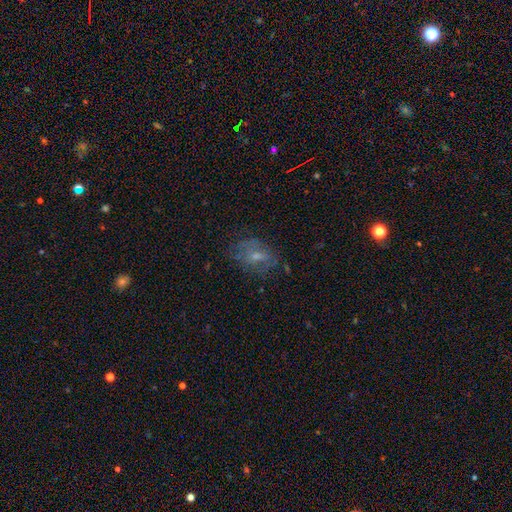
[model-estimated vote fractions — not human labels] This appears to be a smooth galaxy with no disk features (43%, tied with featured or disk). Merging: none (58%).